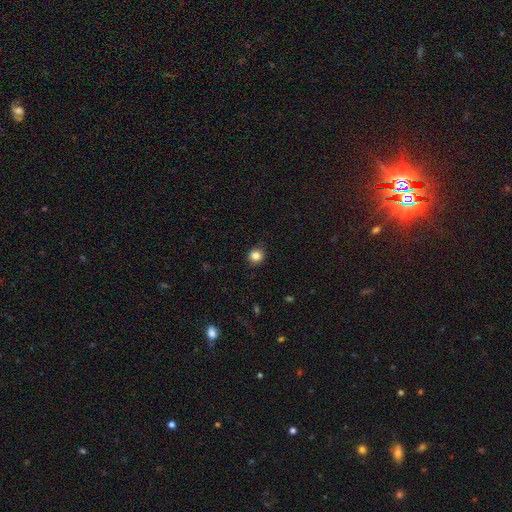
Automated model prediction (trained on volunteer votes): smooth-or-featured: smooth: 84% | star or artifact: 11% | featured or disk: 5%
  how-rounded: round: 90% | in between: 10% | cigar-shaped: 1%
  merging: none: 88% | minor disturbance: 9% | major disturbance: 2% | merger: 1%